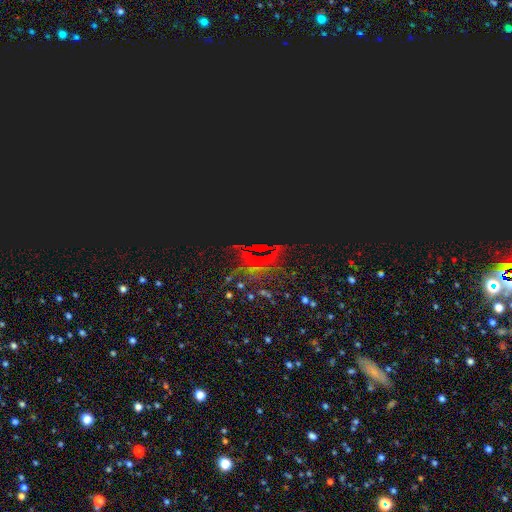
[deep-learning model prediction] smooth_or_featured: star or artifact (p=0.82) [alt: smooth p=0.10]